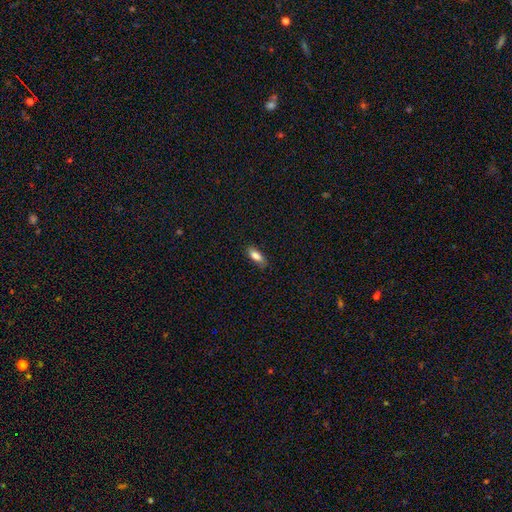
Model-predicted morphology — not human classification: smooth_or_featured: smooth (p=0.83) [alt: featured or disk p=0.10]
how_rounded: in between (p=0.75) [alt: cigar-shaped p=0.22]
merging: none (p=0.78) [alt: minor disturbance p=0.17]